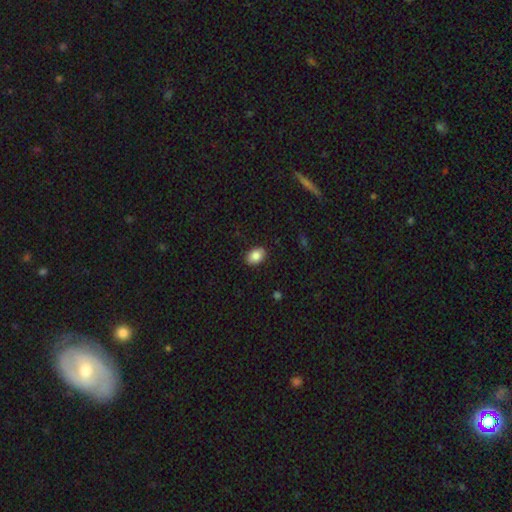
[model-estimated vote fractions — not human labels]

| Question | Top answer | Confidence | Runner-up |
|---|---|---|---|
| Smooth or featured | smooth | 86% | star or artifact (8%) |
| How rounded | in between | 82% | round (17%) |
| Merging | none | 89% | minor disturbance (8%) |